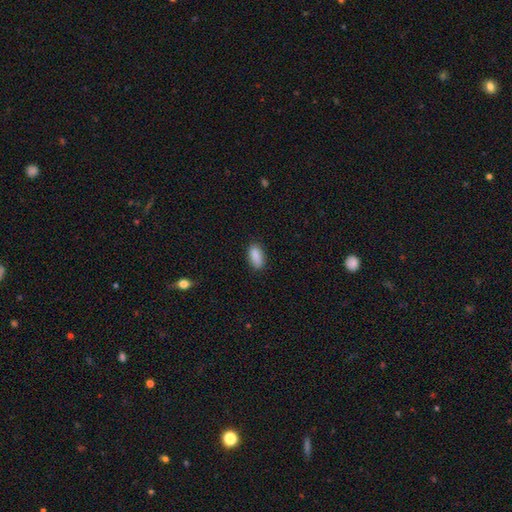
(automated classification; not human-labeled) The model was most divided on "merging": none: 83%, minor disturbance: 13%, major disturbance: 3%, merger: 1%. More confident: smooth or featured — smooth (89%); how rounded — in between (88%).